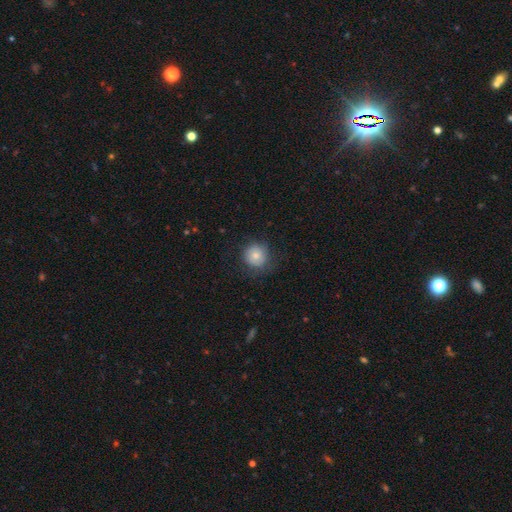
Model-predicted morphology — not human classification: Smooth or featured? smooth (75%)
How rounded? round (90%)
Merging? none (74%)